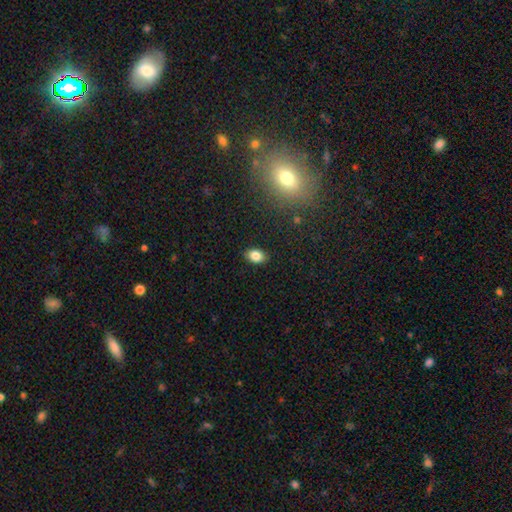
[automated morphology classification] smooth-or-featured: smooth: 84% | star or artifact: 10% | featured or disk: 7%
  how-rounded: in between: 80% | round: 18% | cigar-shaped: 1%
  merging: none: 89% | minor disturbance: 8% | major disturbance: 2% | merger: 1%